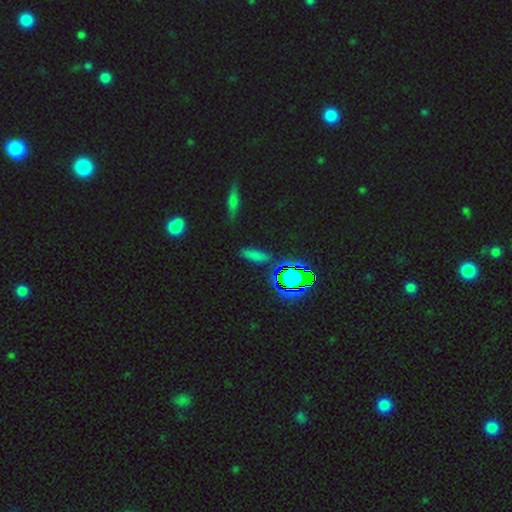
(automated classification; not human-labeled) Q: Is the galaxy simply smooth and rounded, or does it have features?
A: smooth — 55%.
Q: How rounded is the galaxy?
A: in between — 51%.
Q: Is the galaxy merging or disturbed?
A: none — 78%.